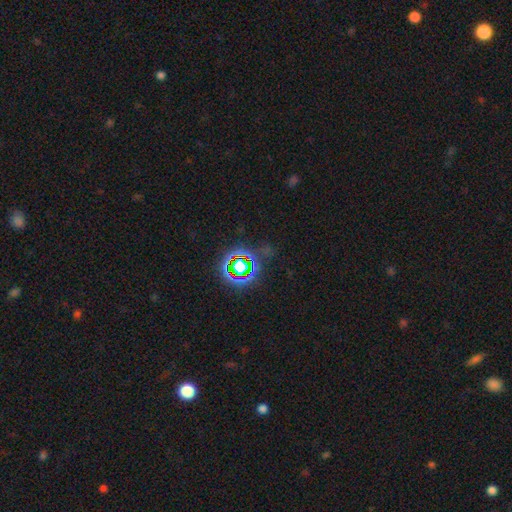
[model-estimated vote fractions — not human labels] Q: Smooth or featured?
A: star or artifact (59%); runner-up: smooth (25%)